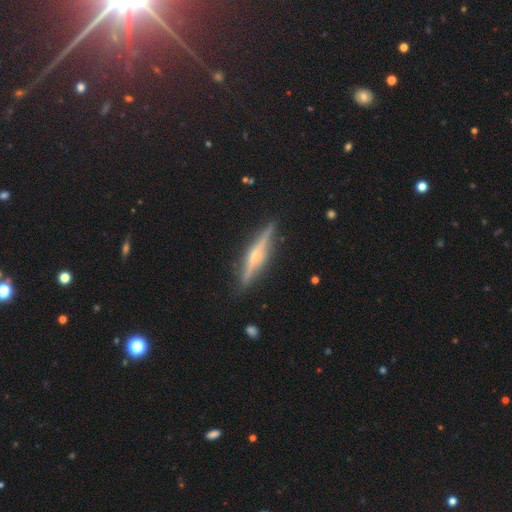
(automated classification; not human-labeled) Q: Smooth or featured?
A: featured or disk (79%); runner-up: smooth (15%)
Q: Edge-on disk?
A: yes (97%); runner-up: no (3%)
Q: Edge-on bulge?
A: rounded (79%); runner-up: none (12%)
Q: Merging?
A: none (89%); runner-up: minor disturbance (8%)